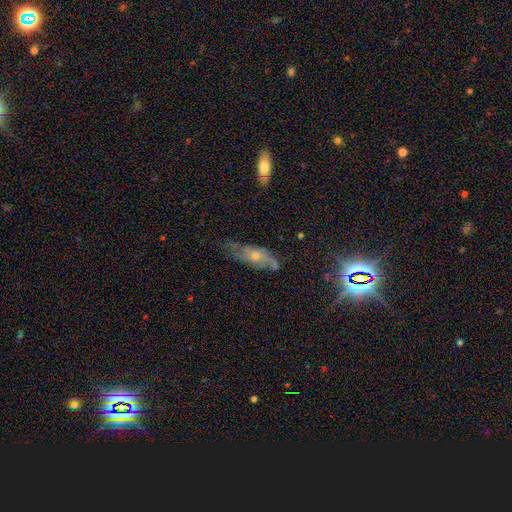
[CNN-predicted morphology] Smooth or featured? Predicted: featured or disk (p=0.55). Edge-on disk? Predicted: no (p=0.75). Merging? Predicted: none (p=0.50).